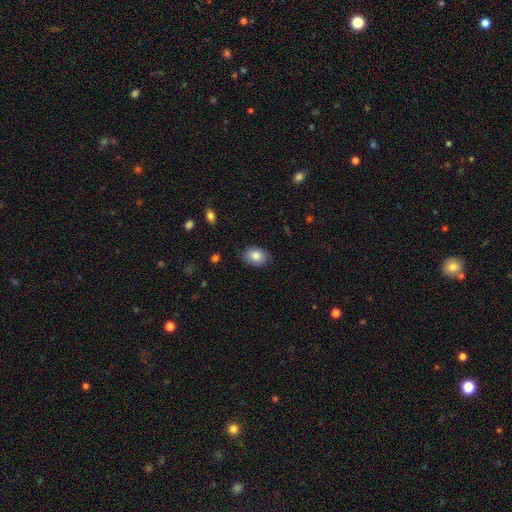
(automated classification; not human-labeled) Morphology: type=smooth (83%); roundness=in between (80%); merging=none (82%).